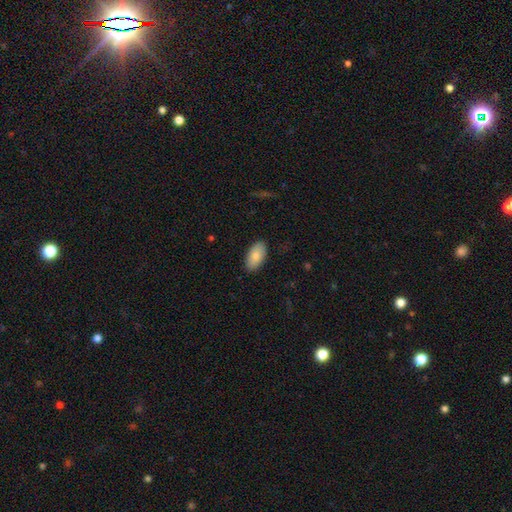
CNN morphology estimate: type=smooth (83%); roundness=in between (94%); merging=none (87%).